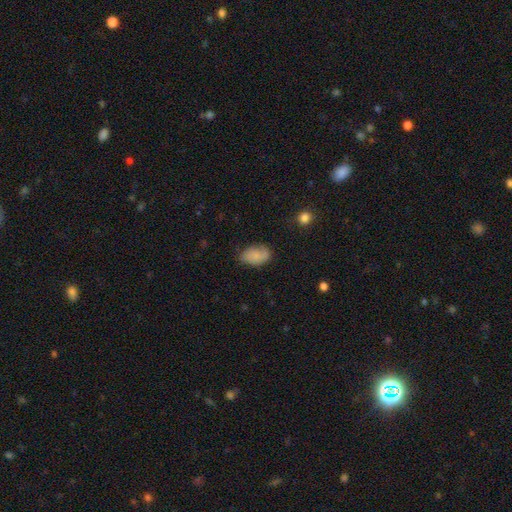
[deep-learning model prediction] Overall: smooth (76%). How rounded: in between (89%). Merging: none (64%; minor disturbance 27%).